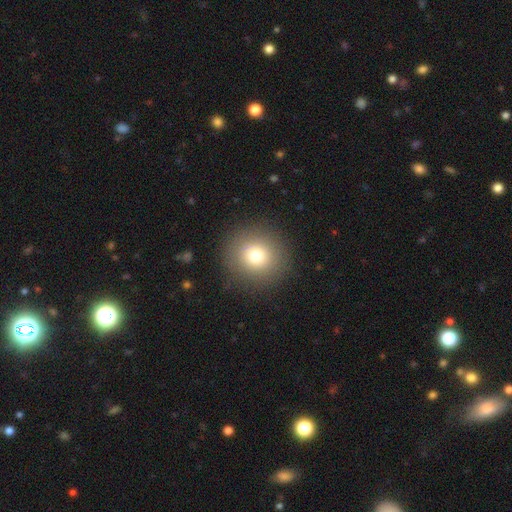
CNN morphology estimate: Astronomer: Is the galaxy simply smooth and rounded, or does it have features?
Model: smooth — 76%.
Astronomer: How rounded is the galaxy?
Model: round — 91%.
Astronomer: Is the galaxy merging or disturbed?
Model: none — 88%.